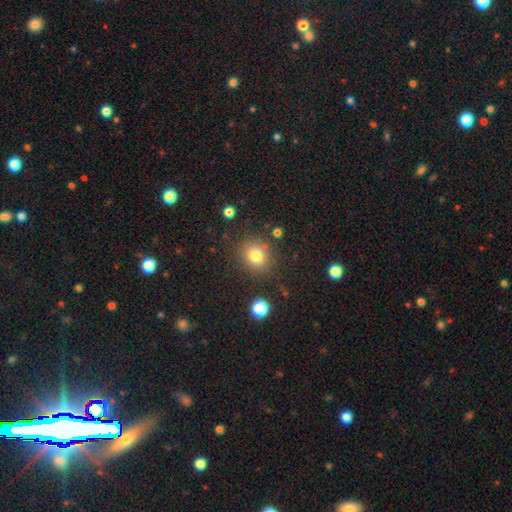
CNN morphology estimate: Overall: smooth (79%). How rounded: round (73%). Merging: none (81%).